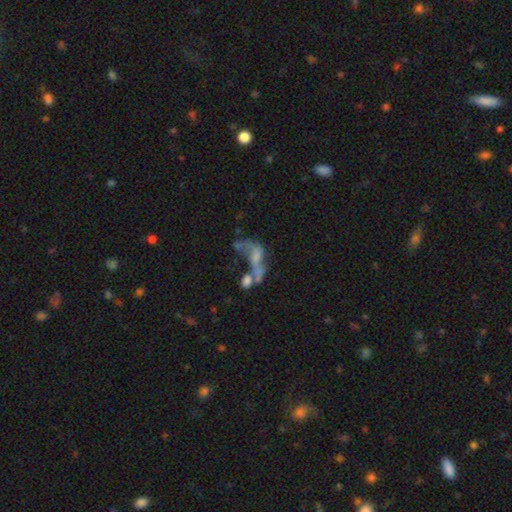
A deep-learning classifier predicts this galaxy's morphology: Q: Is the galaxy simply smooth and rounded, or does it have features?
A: featured or disk — 53%.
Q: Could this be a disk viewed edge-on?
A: no — 95%.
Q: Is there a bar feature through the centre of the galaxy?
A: no — 74%.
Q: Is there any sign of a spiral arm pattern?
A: no — 66%.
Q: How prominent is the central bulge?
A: none — 60%.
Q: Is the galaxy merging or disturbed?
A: merger — 44%.